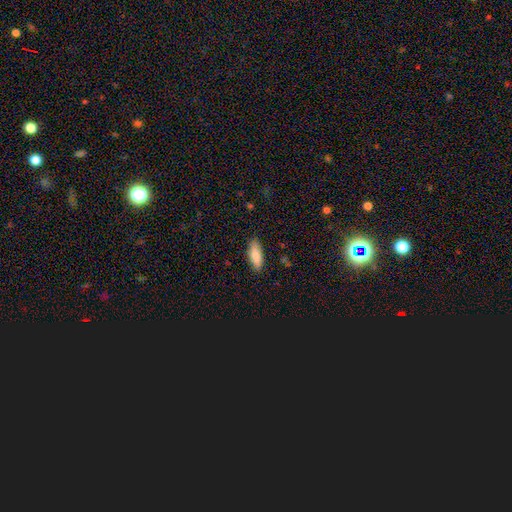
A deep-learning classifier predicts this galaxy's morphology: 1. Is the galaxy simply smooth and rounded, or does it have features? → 86% smooth, 8% featured or disk, 6% star or artifact.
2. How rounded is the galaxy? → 73% in between, 26% cigar-shaped, 2% round.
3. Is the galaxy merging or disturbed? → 86% none, 10% minor disturbance, 2% major disturbance, 1% merger.